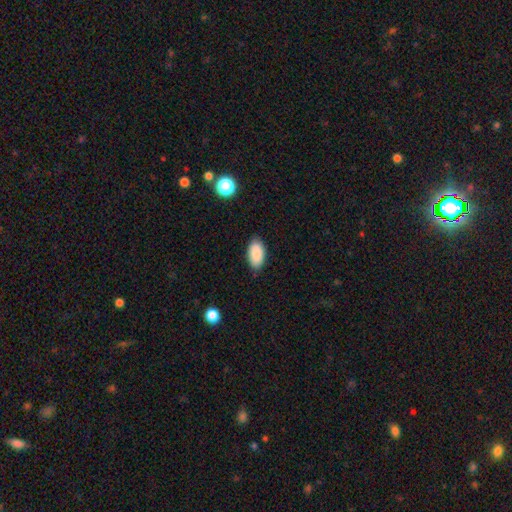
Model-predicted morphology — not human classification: This appears to be a smooth galaxy with no disk features (89%) that is in between round and cigar-shaped (94%). Merging: none (83%).